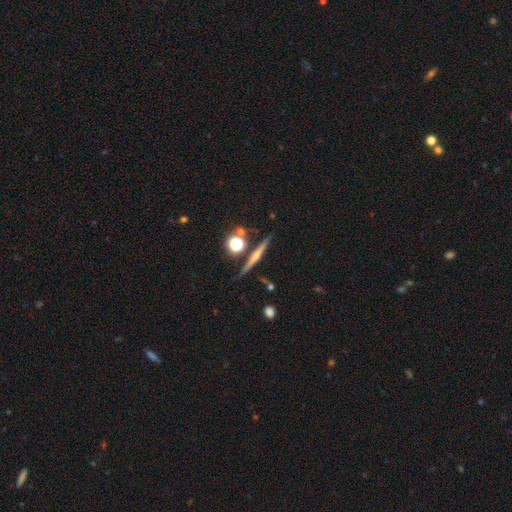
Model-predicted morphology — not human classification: The model was most divided on "smooth or featured": featured or disk: 64%, smooth: 26%, star or artifact: 10%. More confident: edge-on disk — yes (96%); merging — none (83%); edge-on bulge — rounded (68%).